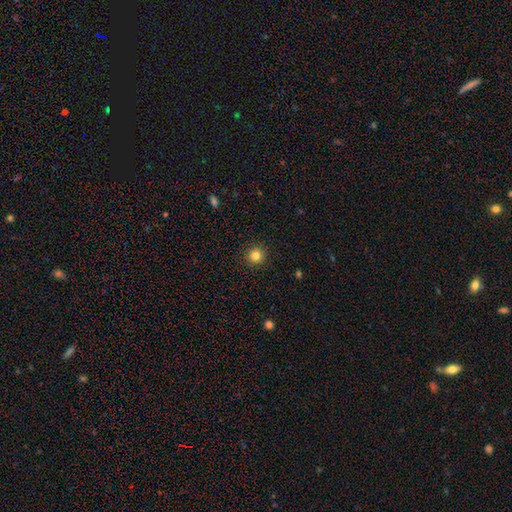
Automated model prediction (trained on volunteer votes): Overall: smooth (83%). How rounded: round (95%). Merging: none (92%).